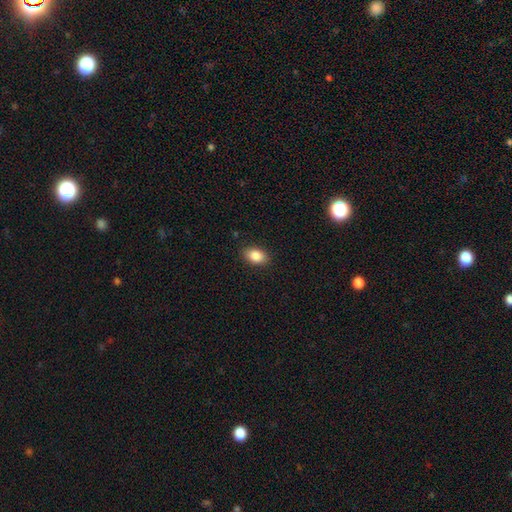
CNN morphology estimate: smooth_or_featured: smooth (p=0.86) [alt: star or artifact p=0.08]
how_rounded: in between (p=0.85) [alt: round p=0.13]
merging: none (p=0.88) [alt: minor disturbance p=0.09]